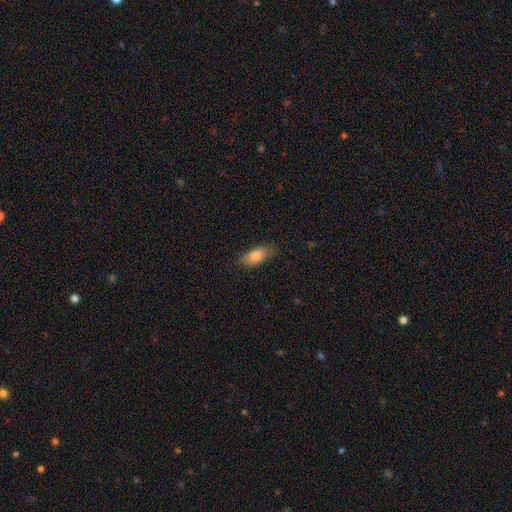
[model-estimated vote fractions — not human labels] Morphology: type=smooth (81%); roundness=in between (84%); merging=none (81%).